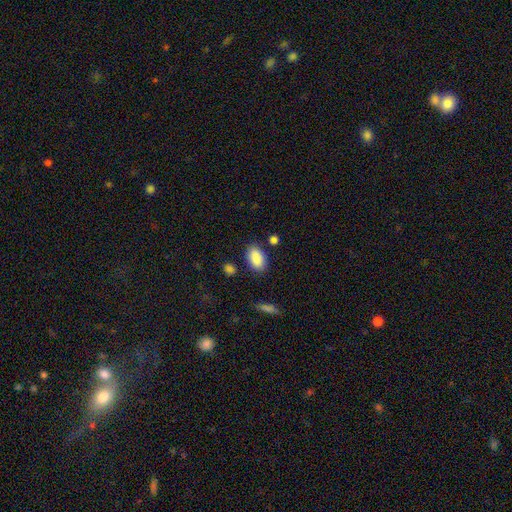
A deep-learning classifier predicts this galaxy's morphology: smooth_or_featured: smooth (p=0.89) [alt: star or artifact p=0.07]
how_rounded: in between (p=0.92) [alt: round p=0.06]
merging: none (p=0.82) [alt: minor disturbance p=0.11]